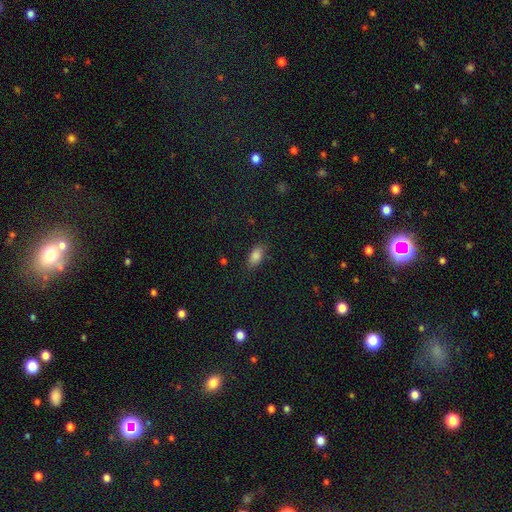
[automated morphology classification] smooth 85%, star or artifact 9%, featured or disk 6%. Down the decision tree: how rounded — in between (90%); merging — none (82%).